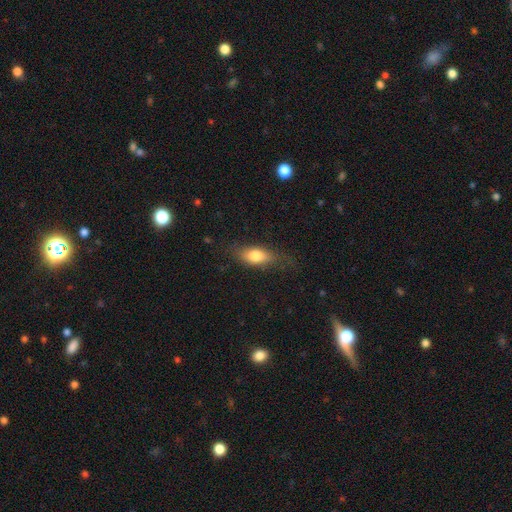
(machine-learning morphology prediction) Smooth or featured? smooth (76%)
How rounded? in between (79%)
Merging? none (64%)